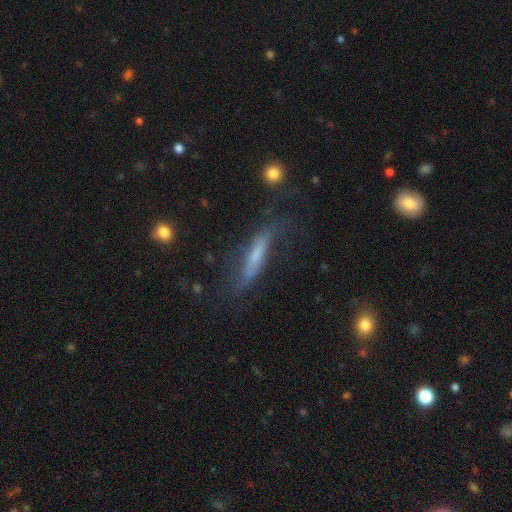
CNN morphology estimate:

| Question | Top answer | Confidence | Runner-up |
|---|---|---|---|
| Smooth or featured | featured or disk | 49% | smooth (41%) |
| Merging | none | 52% | minor disturbance (25%) |